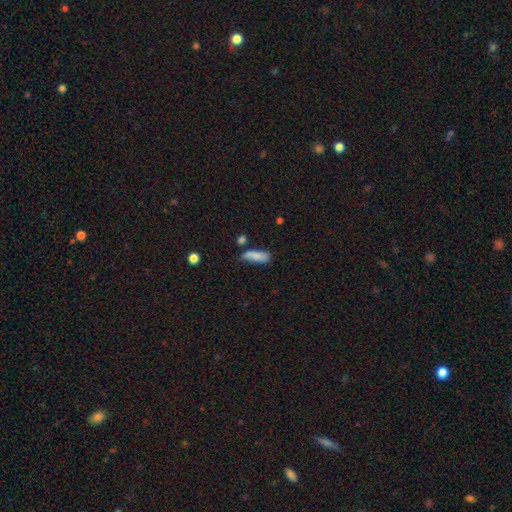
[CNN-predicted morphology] type=smooth (81%); roundness=in between (63%); merging=none (51%).